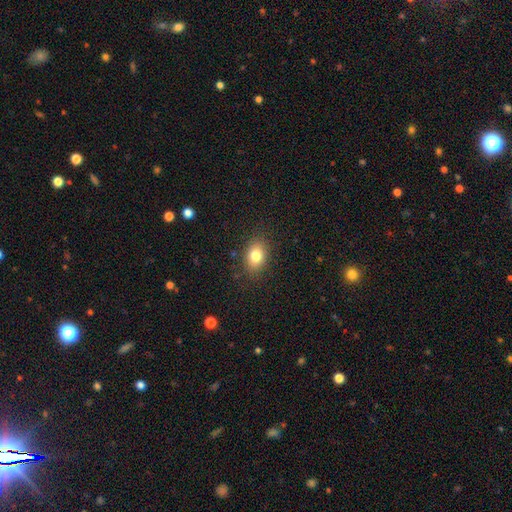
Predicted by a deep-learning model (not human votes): Smooth or featured? smooth (80%)
How rounded? in between (76%)
Merging? none (85%)